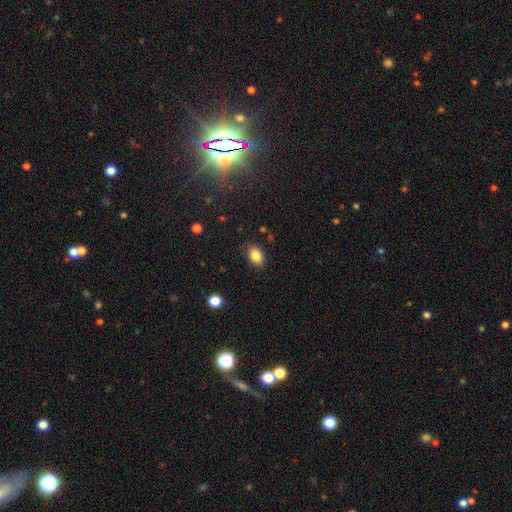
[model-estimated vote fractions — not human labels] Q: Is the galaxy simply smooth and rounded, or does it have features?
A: smooth — 86%.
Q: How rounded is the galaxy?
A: in between — 77%.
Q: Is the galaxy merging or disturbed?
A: none — 83%.